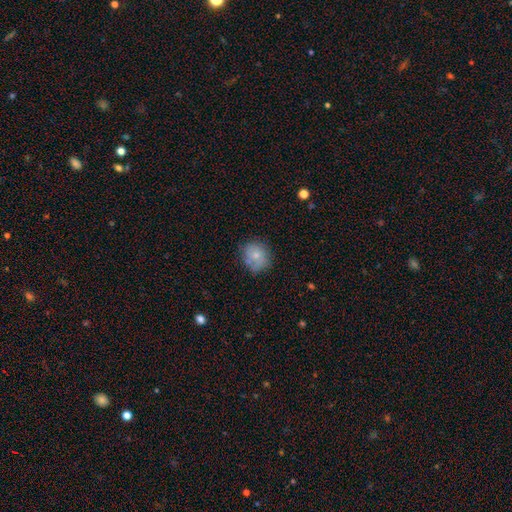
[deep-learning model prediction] smooth 73%, featured or disk 18%, star or artifact 9%. Down the decision tree: how rounded — round (78%); merging — none (65%).